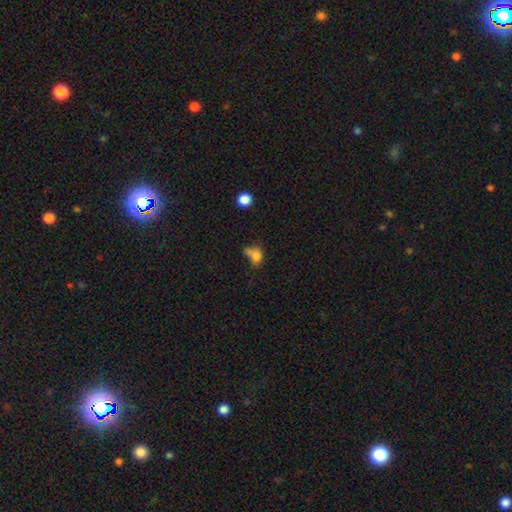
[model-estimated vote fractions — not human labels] Smooth or featured?
  - smooth: 73% *
  - featured or disk: 14%
  - star or artifact: 13%
How rounded?
  - in between: 59% *
  - round: 39%
  - cigar-shaped: 2%
Merging?
  - merger: 35% *
  - none: 27%
  - minor disturbance: 19%
  - major disturbance: 18%